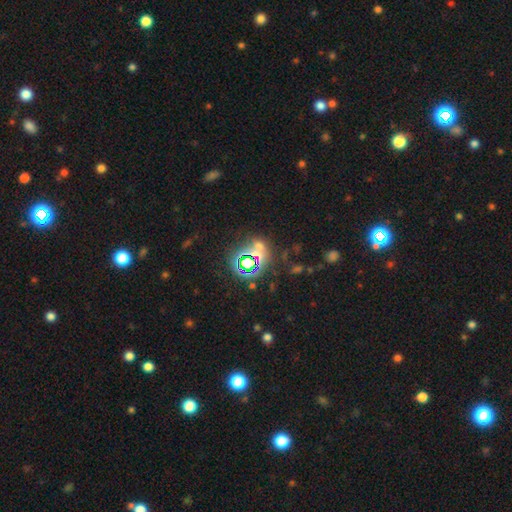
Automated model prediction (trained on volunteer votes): star or artifact 65%, smooth 23%, featured or disk 12%.